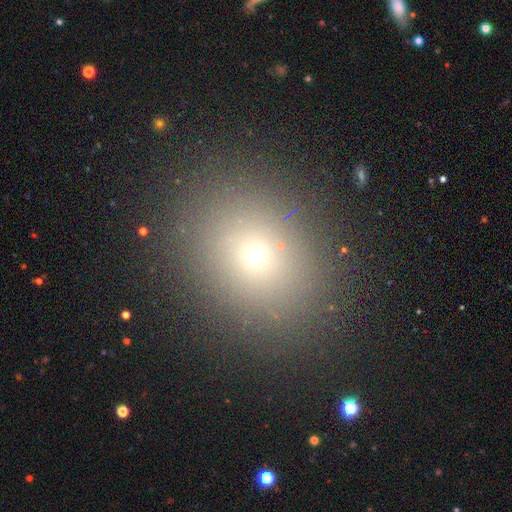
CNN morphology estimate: This is likely a smooth galaxy (64%). How rounded: possibly round (55%). Merging: clearly none (84%).